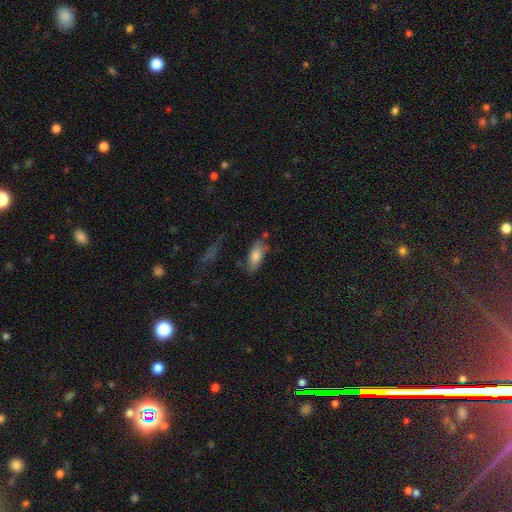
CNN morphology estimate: Overall: smooth (78%). How rounded: in between (80%). Merging: none (68%).